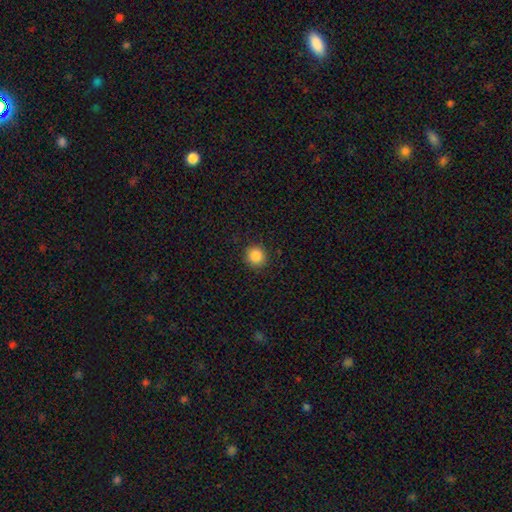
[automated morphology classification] smooth_or_featured: smooth (p=0.86) [alt: star or artifact p=0.10]
how_rounded: round (p=0.92) [alt: in between p=0.07]
merging: none (p=0.90) [alt: minor disturbance p=0.07]